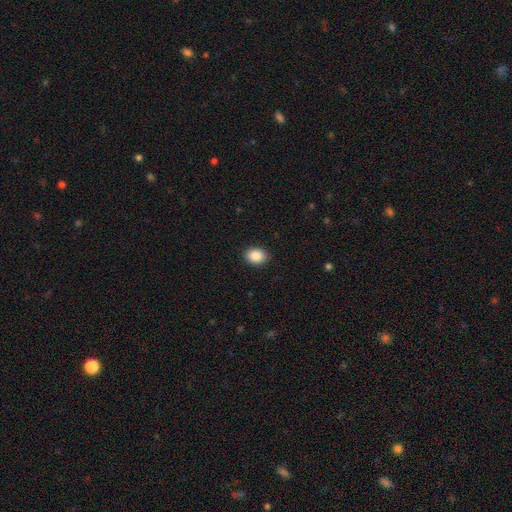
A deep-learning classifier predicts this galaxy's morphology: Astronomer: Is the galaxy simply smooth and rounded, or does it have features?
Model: smooth — 88%.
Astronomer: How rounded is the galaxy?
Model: in between — 65%.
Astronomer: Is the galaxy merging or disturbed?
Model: none — 89%.